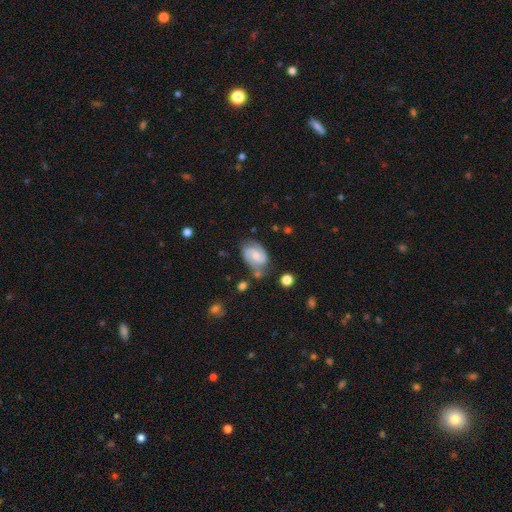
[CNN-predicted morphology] The model was most divided on "bar": weak: 45%, no: 44%, strong: 11%. Remaining: edge-on disk — no (97%); spiral arms — yes (95%); spiral arm count — 2 (88%); smooth or featured — featured or disk (77%); merging — none (64%); spiral winding — medium (50%); bulge size — moderate (41%).